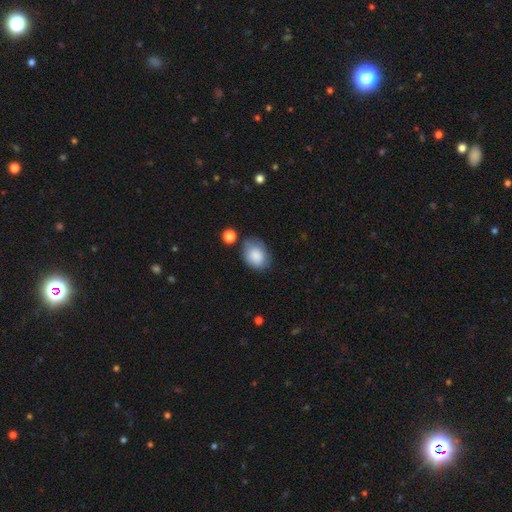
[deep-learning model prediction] Overall: smooth (85%). How rounded: in between (63%; round 36%). Merging: none (62%; minor disturbance 24%).